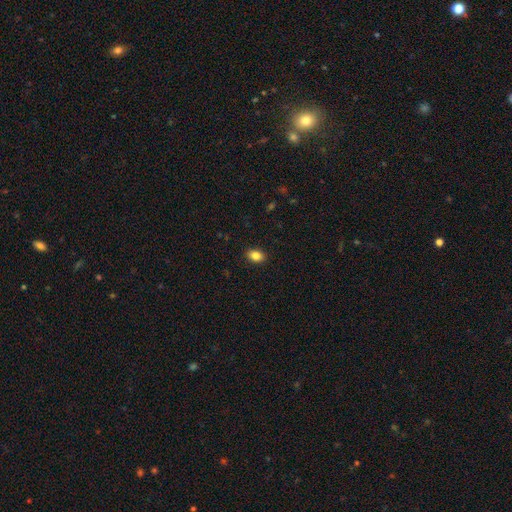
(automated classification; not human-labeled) A smooth galaxy with no disk features (85%) that is in between round and cigar-shaped (82%).

Vote fractions:
- Smooth or featured? smooth: 85% / star or artifact: 9% / featured or disk: 6%
- How rounded? in between: 82% / round: 17% / cigar-shaped: 1%
- Merging? none: 90% / minor disturbance: 7% / major disturbance: 2% / merger: 1%